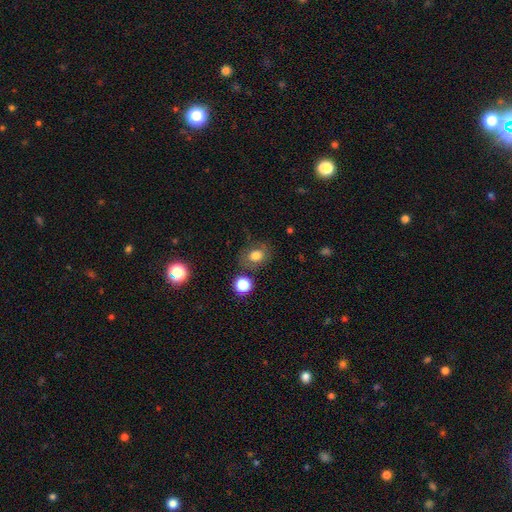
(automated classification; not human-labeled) Morphology: type=smooth (75%); roundness=in between (50%); merging=none (70%).